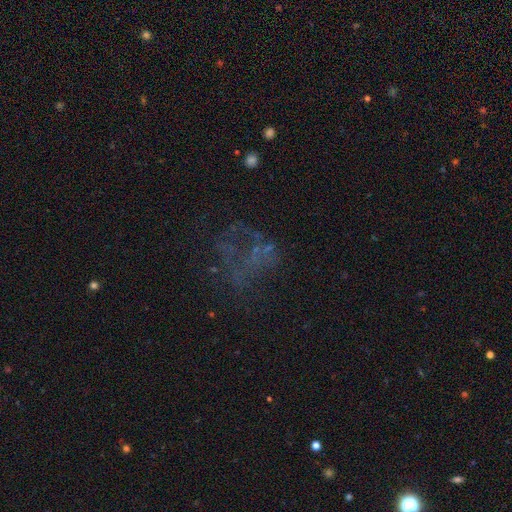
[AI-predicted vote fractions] Smooth or featured? featured or disk (42%)
Merging? none (49%)